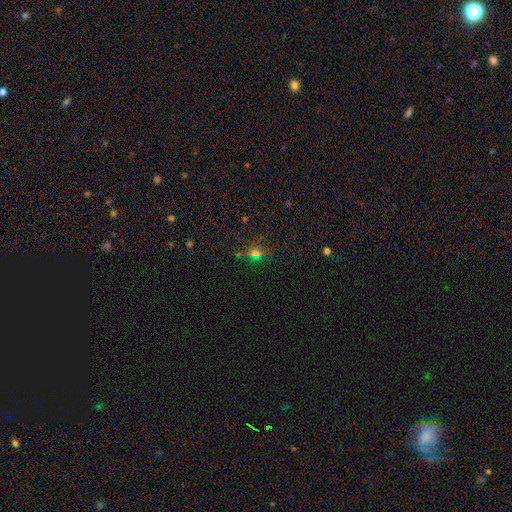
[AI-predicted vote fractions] Smooth or featured?
  - star or artifact: 50% *
  - smooth: 36%
  - featured or disk: 13%